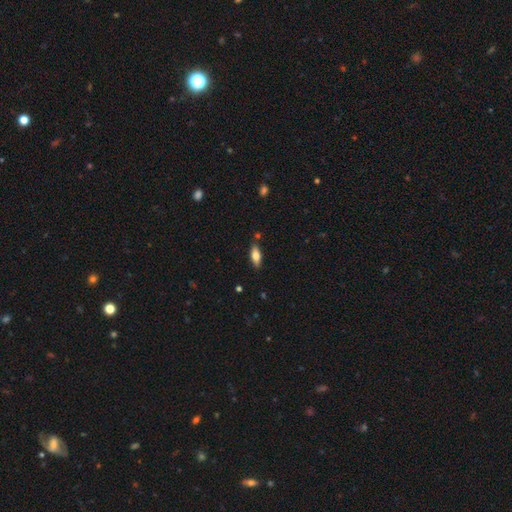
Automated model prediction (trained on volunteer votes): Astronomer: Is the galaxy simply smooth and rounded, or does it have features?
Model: smooth — 70%.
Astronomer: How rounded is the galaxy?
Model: in between — 73%.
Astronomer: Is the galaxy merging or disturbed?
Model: none — 83%.